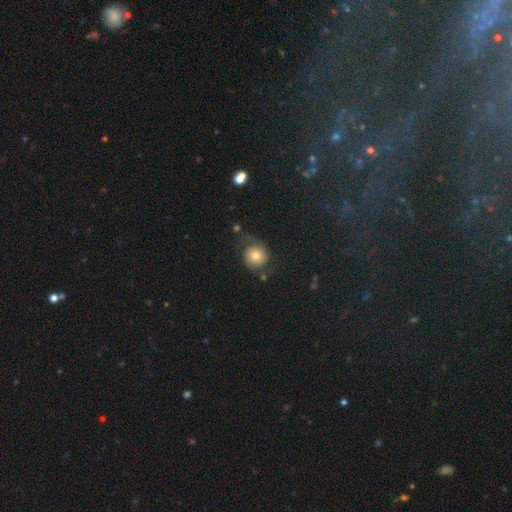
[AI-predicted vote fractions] A smooth galaxy with no disk features (54%) that is round (87%). Merging: none (60%).